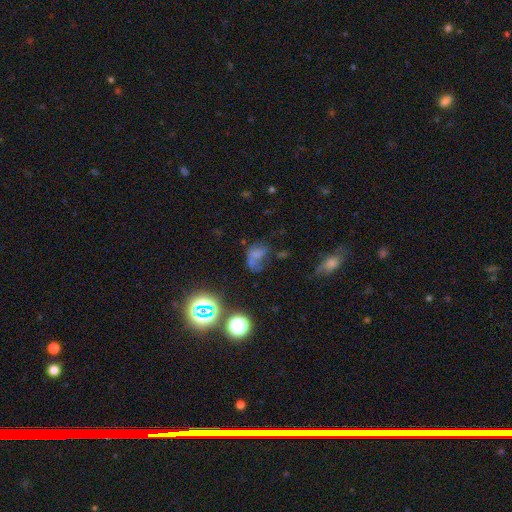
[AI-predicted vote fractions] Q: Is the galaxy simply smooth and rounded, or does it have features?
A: smooth — 50%.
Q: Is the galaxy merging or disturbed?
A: none — 31%.